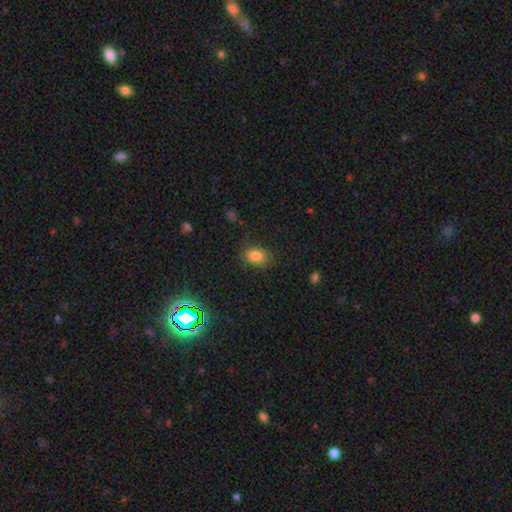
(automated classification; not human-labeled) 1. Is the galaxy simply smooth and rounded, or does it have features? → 84% smooth, 11% star or artifact, 5% featured or disk.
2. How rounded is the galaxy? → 77% in between, 22% round, 1% cigar-shaped.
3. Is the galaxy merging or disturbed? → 81% none, 13% minor disturbance, 4% major disturbance, 1% merger.